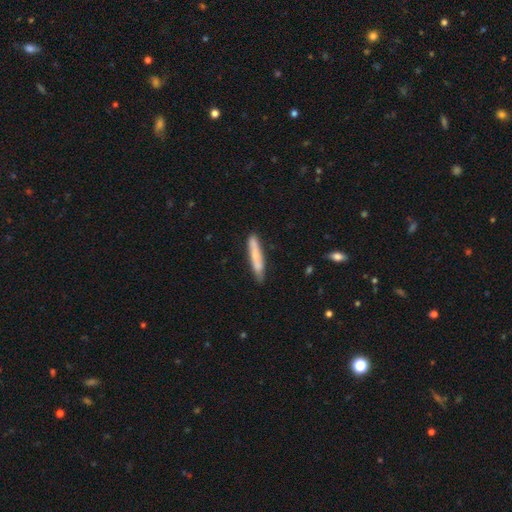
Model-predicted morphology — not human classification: Overall: smooth (65%; featured or disk 29%). How rounded: cigar-shaped (92%). Merging: none (79%).